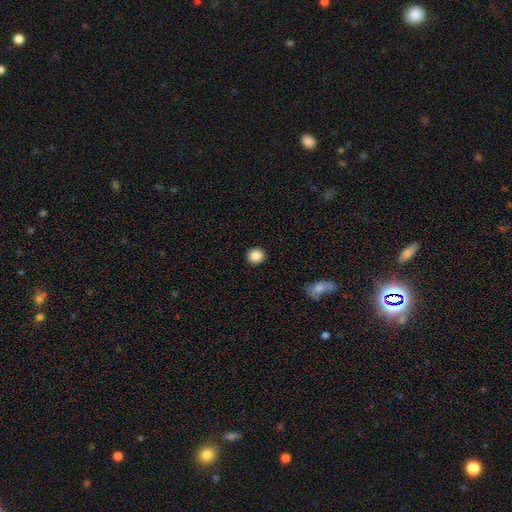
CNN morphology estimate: A smooth galaxy with no disk features (86%) that is round (92%).

Vote fractions:
- Smooth or featured? smooth: 86% / star or artifact: 10% / featured or disk: 4%
- How rounded? round: 92% / in between: 7% / cigar-shaped: 1%
- Merging? none: 93% / minor disturbance: 5% / major disturbance: 2% / merger: 1%